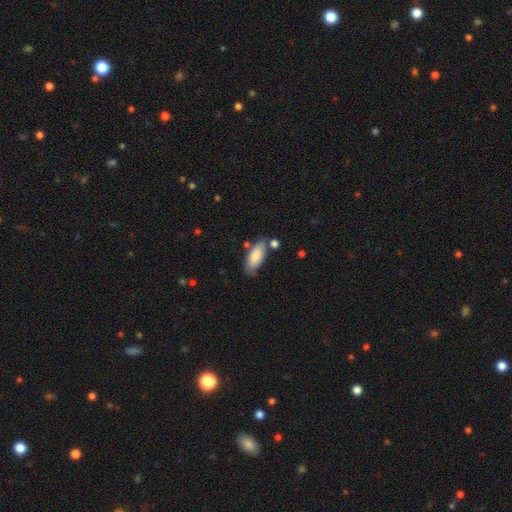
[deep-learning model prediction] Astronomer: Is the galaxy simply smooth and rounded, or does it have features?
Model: smooth — 83%.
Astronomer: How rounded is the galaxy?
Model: in between — 78%.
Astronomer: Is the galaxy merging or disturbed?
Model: none — 72%.